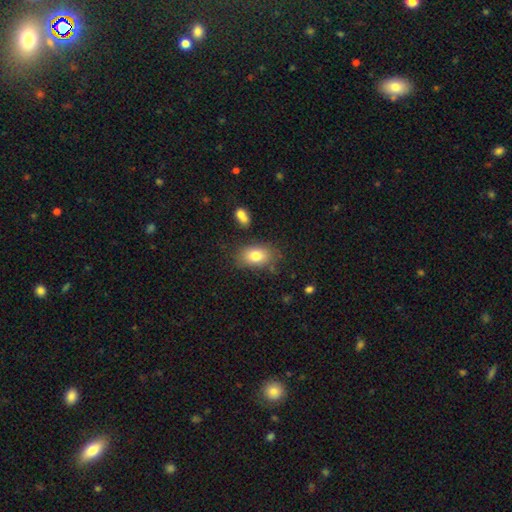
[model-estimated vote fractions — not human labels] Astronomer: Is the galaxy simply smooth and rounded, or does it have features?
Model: smooth — 79%.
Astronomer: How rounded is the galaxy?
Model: in between — 84%.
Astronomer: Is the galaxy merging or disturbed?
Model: none — 75%.